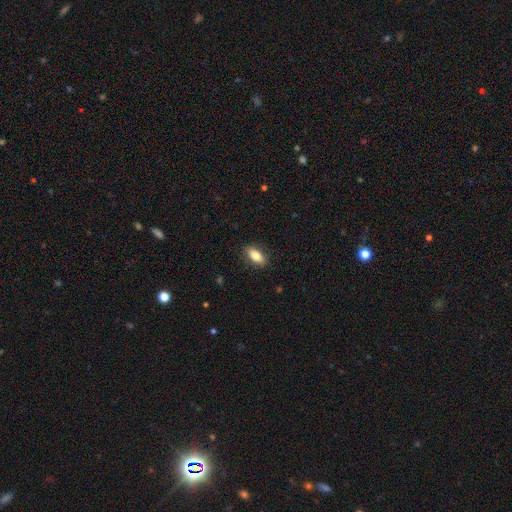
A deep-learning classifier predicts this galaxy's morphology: Smooth or featured?
  - smooth: 81% *
  - featured or disk: 12%
  - star or artifact: 7%
How rounded?
  - in between: 88% *
  - cigar-shaped: 8%
  - round: 4%
Merging?
  - none: 87% *
  - minor disturbance: 10%
  - major disturbance: 2%
  - merger: 1%